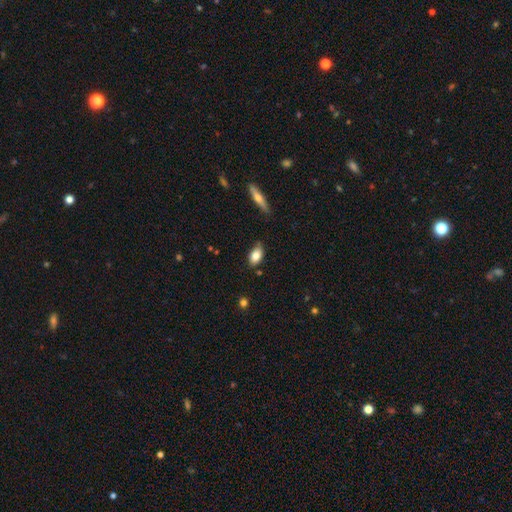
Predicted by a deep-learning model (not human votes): This appears to be a smooth galaxy with no disk features (78%) that is in between round and cigar-shaped (90%). Merging: none (77%).